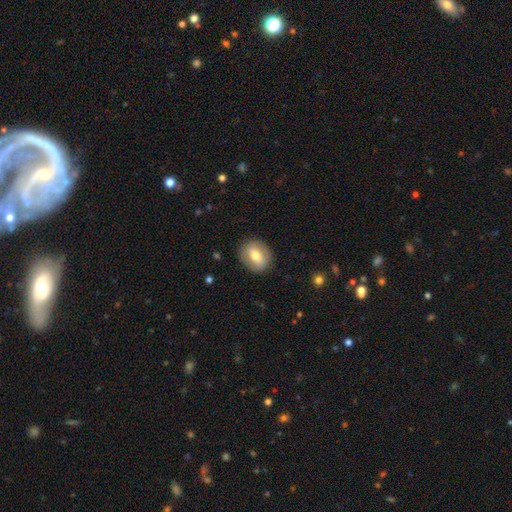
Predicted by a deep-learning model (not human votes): A smooth galaxy with no disk features (64%) that is round (60%).

Vote fractions:
- Smooth or featured? smooth: 64% / featured or disk: 29% / star or artifact: 8%
- How rounded? round: 60% / in between: 38% / cigar-shaped: 1%
- Merging? none: 86% / minor disturbance: 10% / major disturbance: 3% / merger: 1%